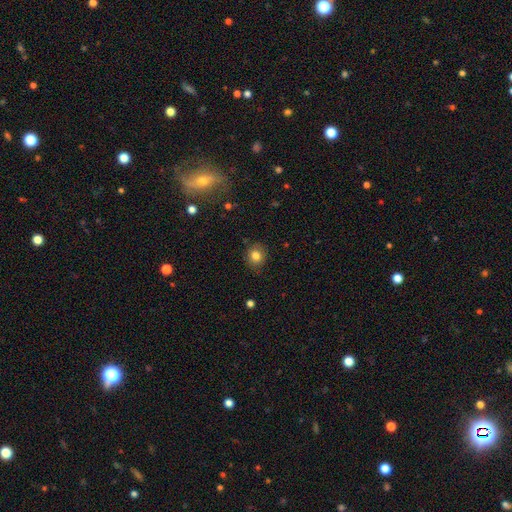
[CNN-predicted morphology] This is clearly a smooth galaxy (82%). How rounded: clearly round (80%). Merging: clearly none (86%).